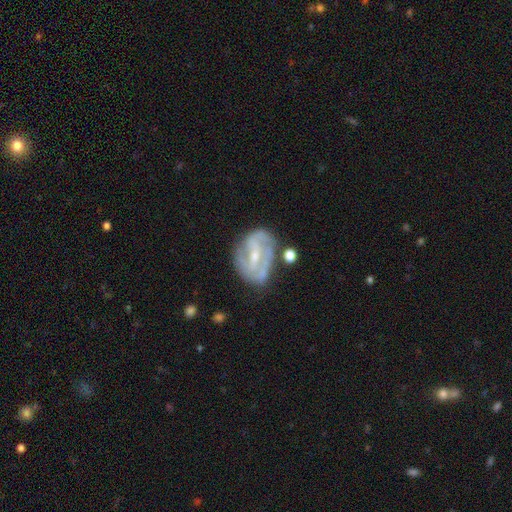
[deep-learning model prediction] Smooth or featured? Predicted: featured or disk (p=0.78). Edge-on disk? Predicted: no (p=0.96). Bar? Predicted: weak (p=0.40, tied with strong). Spiral arms? Predicted: yes (p=0.80). Spiral winding? Predicted: tight (p=0.42). Spiral arm count? Predicted: 2 (p=0.54). Bulge size? Predicted: small (p=0.56). Merging? Predicted: none (p=0.56).